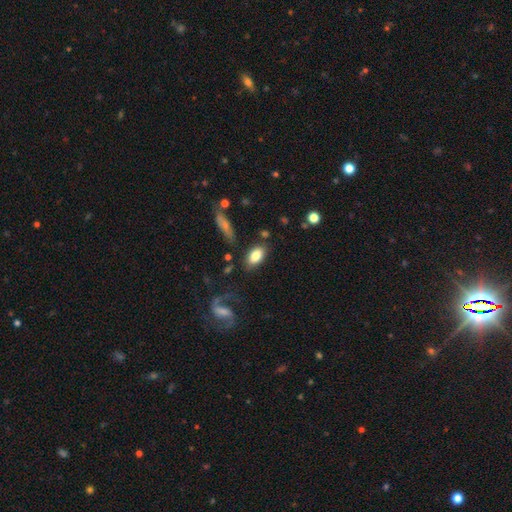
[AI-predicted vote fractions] This is likely a smooth galaxy (79%). How rounded: clearly in between (91%). Merging: likely none (77%).